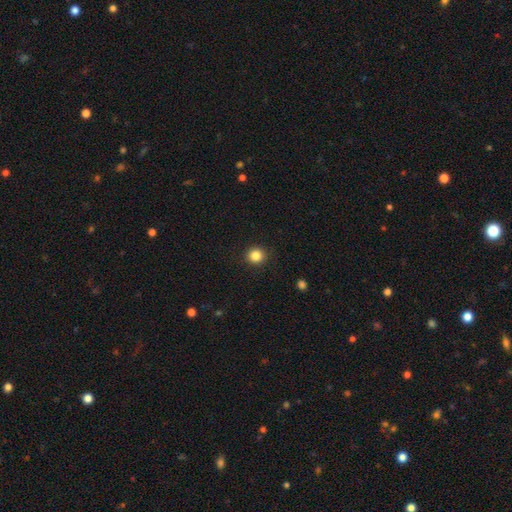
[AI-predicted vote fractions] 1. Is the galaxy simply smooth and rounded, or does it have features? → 85% smooth, 11% star or artifact, 4% featured or disk.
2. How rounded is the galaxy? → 91% round, 8% in between, 1% cigar-shaped.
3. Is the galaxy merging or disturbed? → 92% none, 6% minor disturbance, 2% major disturbance, 1% merger.